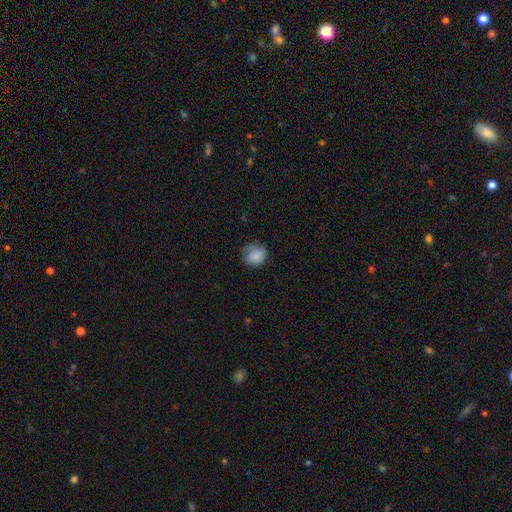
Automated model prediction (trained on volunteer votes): Overall: smooth (80%). How rounded: round (79%). Merging: none (64%; minor disturbance 25%).